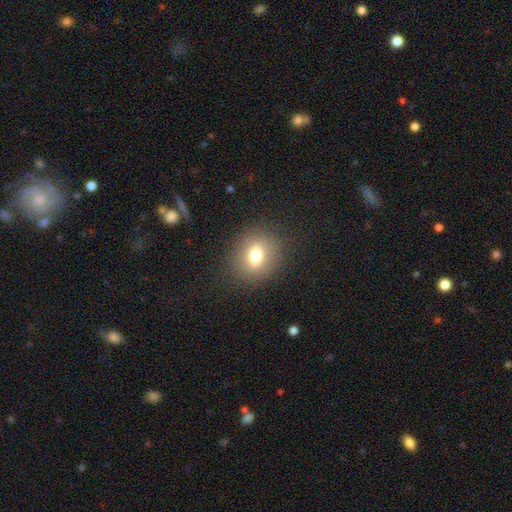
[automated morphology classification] Q: Smooth or featured?
A: smooth (73%); runner-up: featured or disk (15%)
Q: How rounded?
A: round (56%); runner-up: in between (43%)
Q: Merging?
A: none (85%); runner-up: minor disturbance (9%)